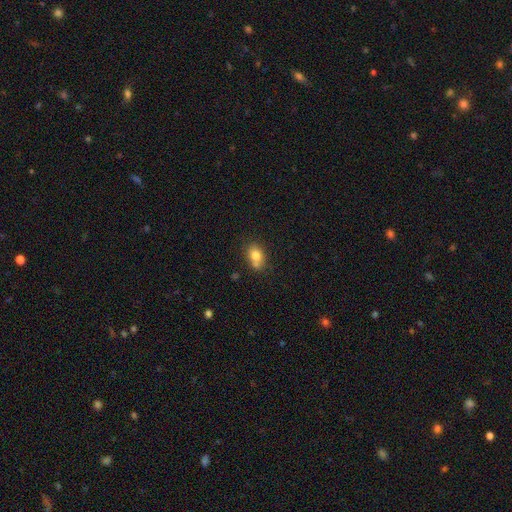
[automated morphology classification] The model was most divided on "how rounded": in between: 64%, round: 34%, cigar-shaped: 2%. More confident: smooth or featured — smooth (78%); merging — none (55%).